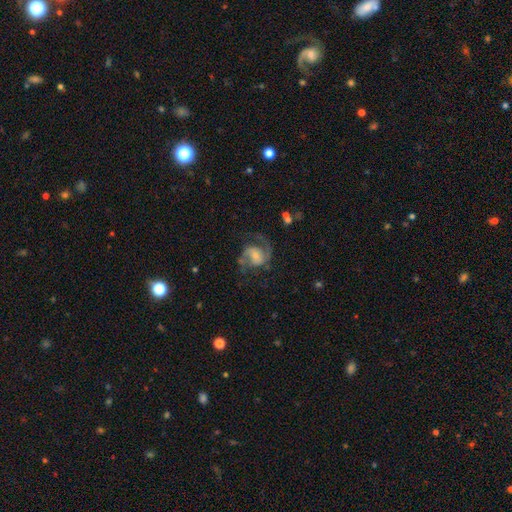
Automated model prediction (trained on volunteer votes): This appears to be a featured or disk galaxy (83%) with no bar (52%), 2 (87%) medium (54%) spiral arms (95%) and a small central bulge (55%). Merging: none (63%).